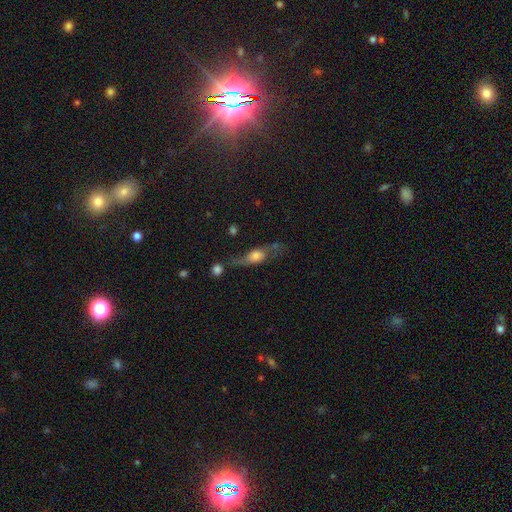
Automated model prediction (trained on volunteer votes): Q: Smooth or featured?
A: featured or disk (48%); runner-up: smooth (42%)
Q: Merging?
A: none (45%); runner-up: minor disturbance (24%)